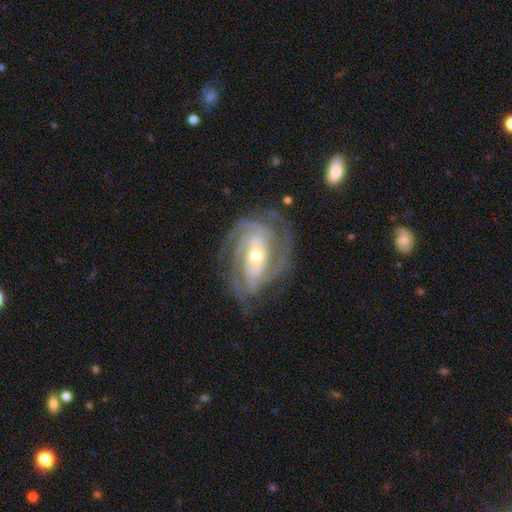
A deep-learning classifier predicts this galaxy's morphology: Smooth or featured? featured or disk (90%)
Edge-on disk? no (97%)
Bar? weak (34%, tied with no)
Spiral arms? yes (97%)
Spiral winding? tight (60%)
Spiral arm count? 3 (34%)
Bulge size? moderate (55%)
Merging? none (73%)